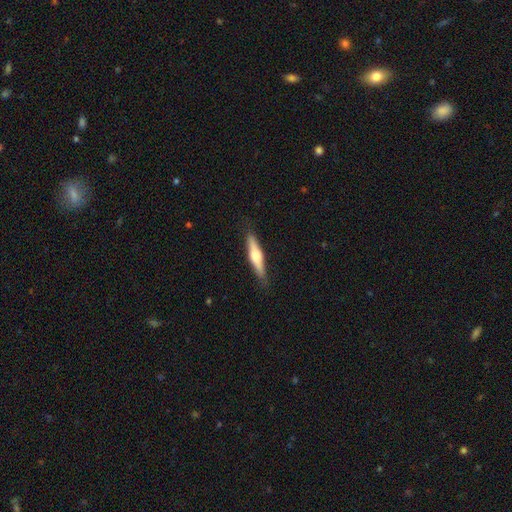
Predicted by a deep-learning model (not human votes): Overall: featured or disk (49%; smooth 46%). Merging: none (86%).